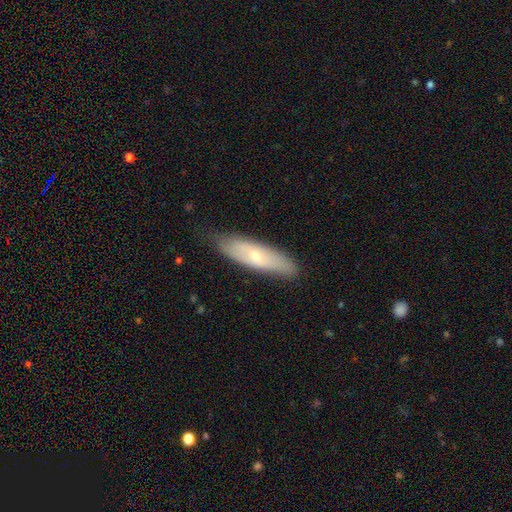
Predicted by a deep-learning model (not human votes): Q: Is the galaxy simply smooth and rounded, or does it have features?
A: smooth — 47%, tied with featured or disk.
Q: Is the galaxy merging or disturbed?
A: none — 79%.